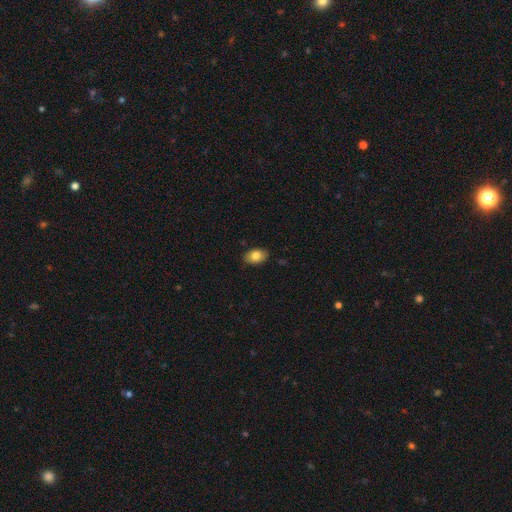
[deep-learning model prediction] Overall: smooth (82%). How rounded: in between (87%). Merging: none (87%).